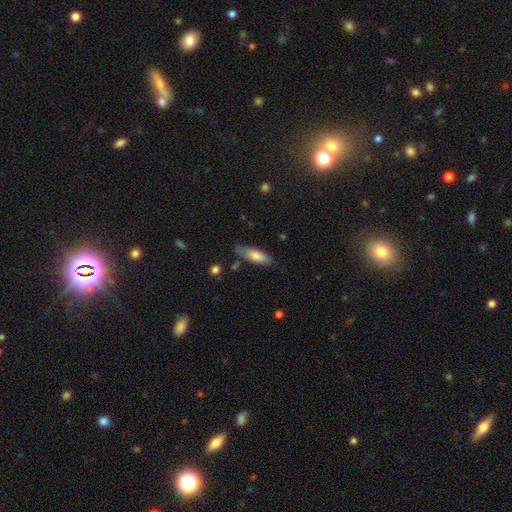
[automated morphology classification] Smooth or featured? smooth (76%)
How rounded? in between (51%)
Merging? none (72%)